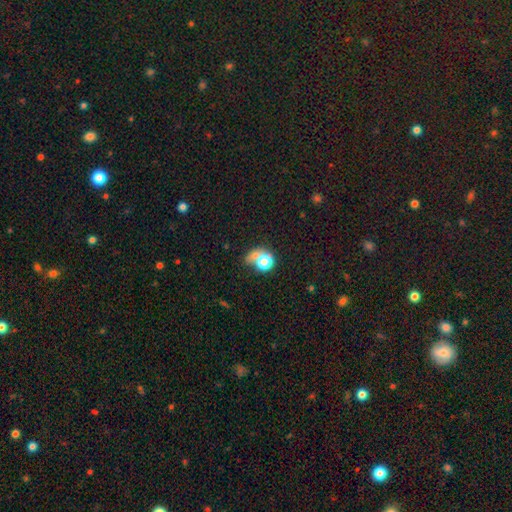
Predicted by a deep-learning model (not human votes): Smooth or featured? Predicted: smooth (p=0.66). How rounded? Predicted: round (p=0.66). Merging? Predicted: merger (p=0.37).